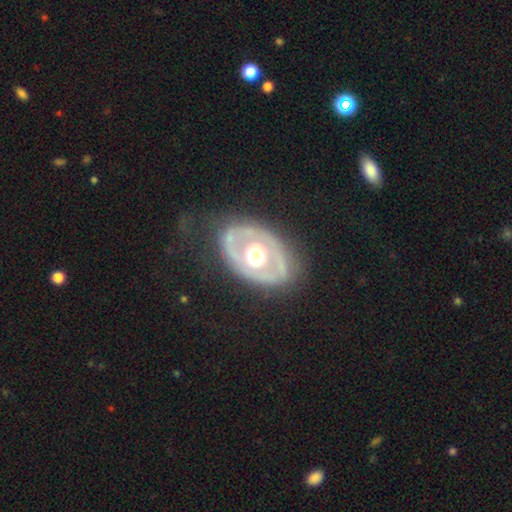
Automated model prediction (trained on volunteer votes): Q: Smooth or featured?
A: featured or disk (68%); runner-up: smooth (27%)
Q: Edge-on disk?
A: no (92%); runner-up: yes (8%)
Q: Bar?
A: no (86%); runner-up: weak (10%)
Q: Spiral arms?
A: no (77%); runner-up: yes (23%)
Q: Bulge size?
A: moderate (51%); runner-up: large (40%)
Q: Merging?
A: none (70%); runner-up: minor disturbance (18%)